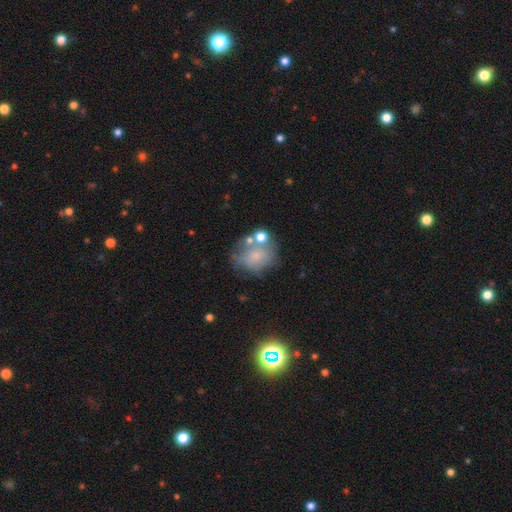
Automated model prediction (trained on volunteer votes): Morphology: type=smooth (59%); roundness=round (62%); merging=none (43%).